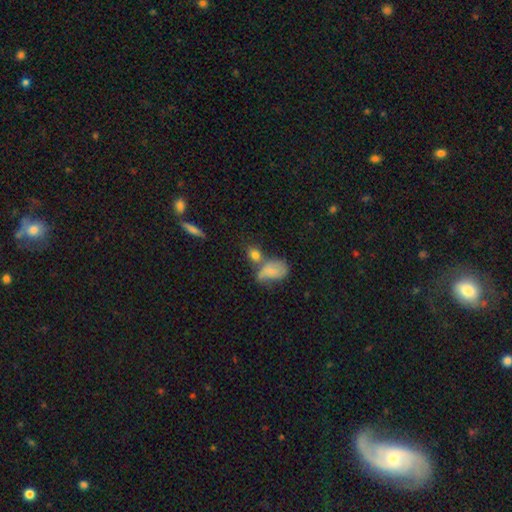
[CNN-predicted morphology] smooth-or-featured: smooth: 61% | featured or disk: 23% | star or artifact: 16%
  how-rounded: in between: 59% | round: 36% | cigar-shaped: 5%
  merging: none: 41% | merger: 31% | minor disturbance: 18% | major disturbance: 10%